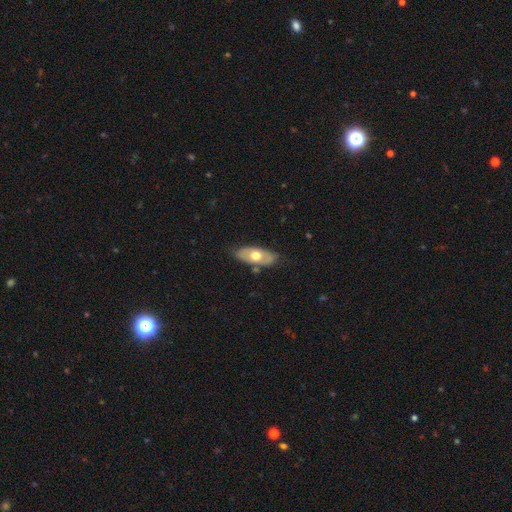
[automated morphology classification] smooth-or-featured: smooth: 53% | featured or disk: 42% | star or artifact: 5%
  how-rounded: in between: 88% | cigar-shaped: 8% | round: 4%
  merging: none: 77% | minor disturbance: 17% | major disturbance: 4% | merger: 3%